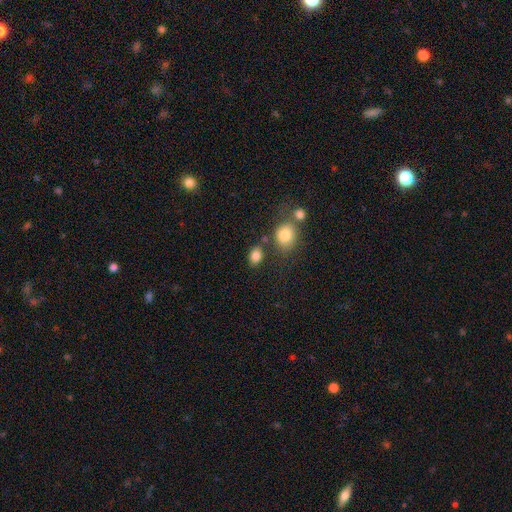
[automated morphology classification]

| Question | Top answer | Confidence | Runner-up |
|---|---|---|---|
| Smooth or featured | smooth | 83% | star or artifact (10%) |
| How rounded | in between | 71% | round (28%) |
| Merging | none | 70% | minor disturbance (13%) |